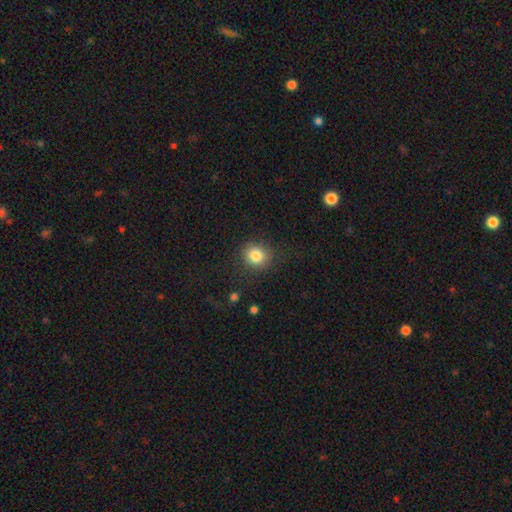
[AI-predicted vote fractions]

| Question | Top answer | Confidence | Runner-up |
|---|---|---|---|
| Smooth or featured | smooth | 84% | star or artifact (10%) |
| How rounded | round | 80% | in between (19%) |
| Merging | none | 84% | minor disturbance (10%) |